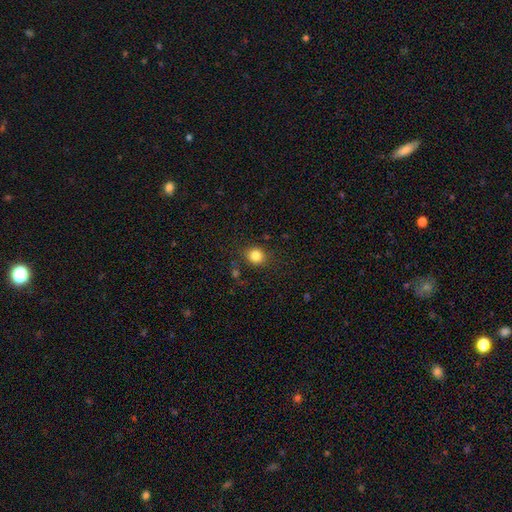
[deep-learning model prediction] A smooth galaxy with no disk features (83%) that is round (82%).

Vote fractions:
- Smooth or featured? smooth: 83% / star or artifact: 12% / featured or disk: 5%
- How rounded? round: 82% / in between: 17% / cigar-shaped: 1%
- Merging? none: 86% / minor disturbance: 9% / major disturbance: 3% / merger: 2%